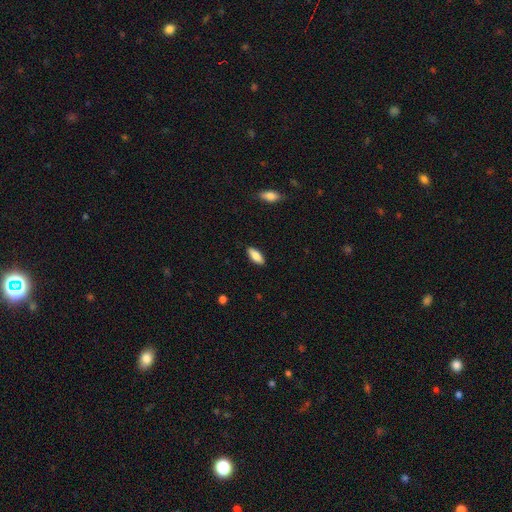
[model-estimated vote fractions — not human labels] smooth 82%, featured or disk 12%, star or artifact 6%. Down the decision tree: how rounded — in between (77%); merging — none (88%).